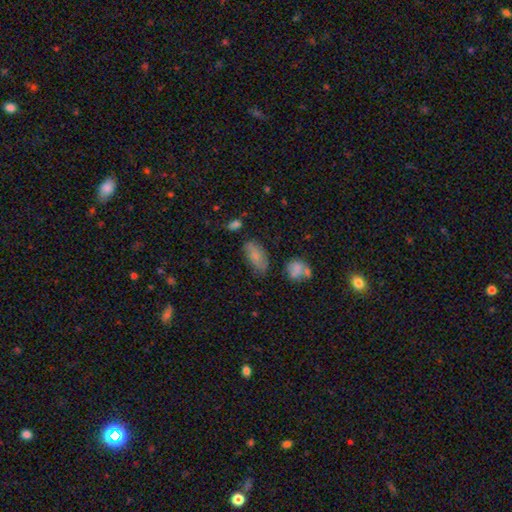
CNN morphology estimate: smooth_or_featured: smooth (p=0.74) [alt: featured or disk p=0.17]
how_rounded: in between (p=0.90) [alt: cigar-shaped p=0.06]
merging: none (p=0.67) [alt: minor disturbance p=0.23]